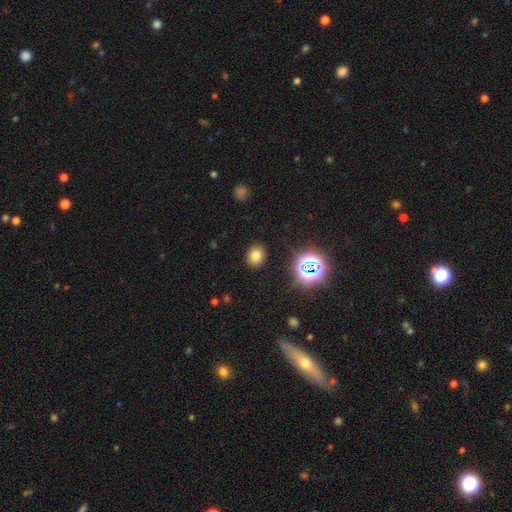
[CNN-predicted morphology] Overall: smooth (73%). How rounded: round (53%; in between 46%). Merging: none (88%).